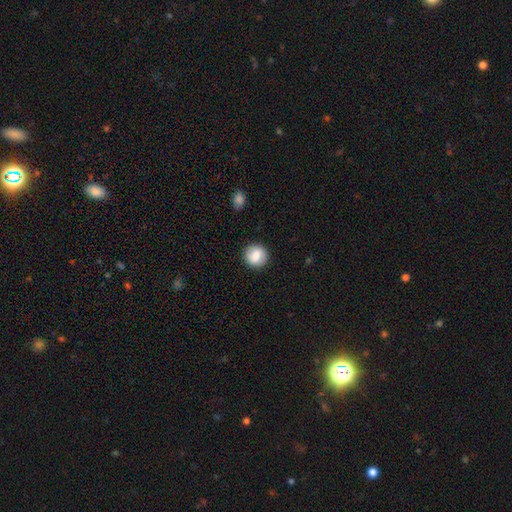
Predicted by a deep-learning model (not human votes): Smooth or featured: smooth — 76% (featured or disk — 17%)
How rounded: round — 89% (in between — 10%)
Merging: none — 90% (minor disturbance — 7%)